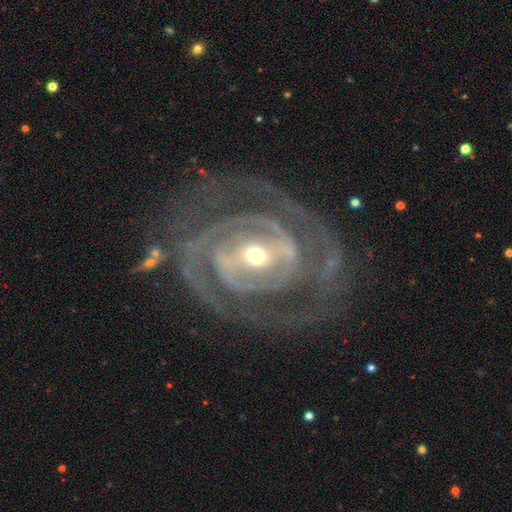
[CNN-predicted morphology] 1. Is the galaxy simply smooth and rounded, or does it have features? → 89% featured or disk, 6% smooth, 5% star or artifact.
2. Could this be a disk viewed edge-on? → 97% no, 3% yes.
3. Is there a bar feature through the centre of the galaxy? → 35% strong, 33% weak, 32% no.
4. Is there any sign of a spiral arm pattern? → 89% yes, 11% no.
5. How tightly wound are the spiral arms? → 55% tight, 33% medium, 12% loose.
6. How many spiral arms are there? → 50% 2, 20% can't tell, 12% 3, 7% 1, 6% 4, 5% more than 4.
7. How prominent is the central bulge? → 48% moderate, 45% small, 4% large, 1% dominant, 1% none.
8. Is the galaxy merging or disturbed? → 64% none, 19% major disturbance, 16% minor disturbance, 2% merger.